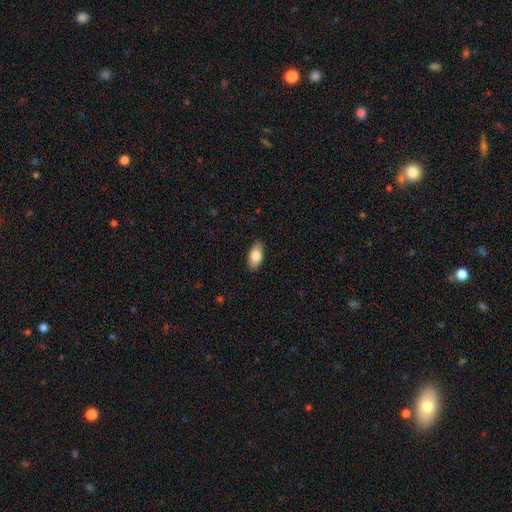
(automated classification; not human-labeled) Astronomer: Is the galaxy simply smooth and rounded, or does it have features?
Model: smooth — 82%.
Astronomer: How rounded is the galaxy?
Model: in between — 91%.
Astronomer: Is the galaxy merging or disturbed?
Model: none — 88%.